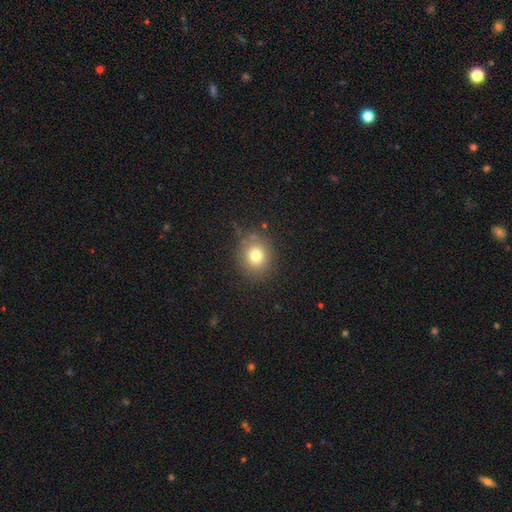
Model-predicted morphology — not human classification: smooth-or-featured: smooth: 77% | star or artifact: 13% | featured or disk: 10%
  how-rounded: round: 82% | in between: 17% | cigar-shaped: 1%
  merging: none: 84% | minor disturbance: 10% | major disturbance: 4% | merger: 2%